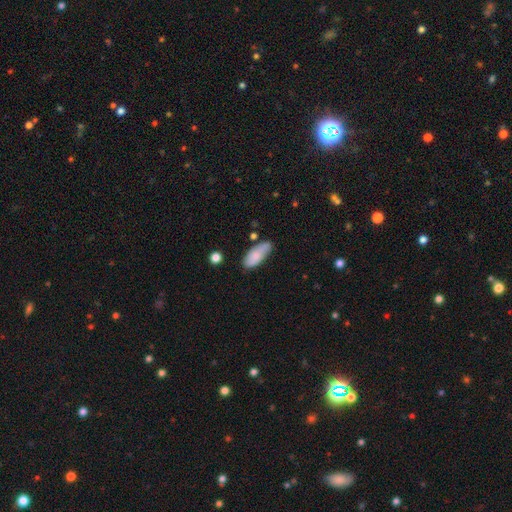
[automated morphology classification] smooth_or_featured: smooth (p=0.73) [alt: featured or disk p=0.20]
how_rounded: in between (p=0.81) [alt: cigar-shaped p=0.17]
merging: none (p=0.64) [alt: minor disturbance p=0.26]